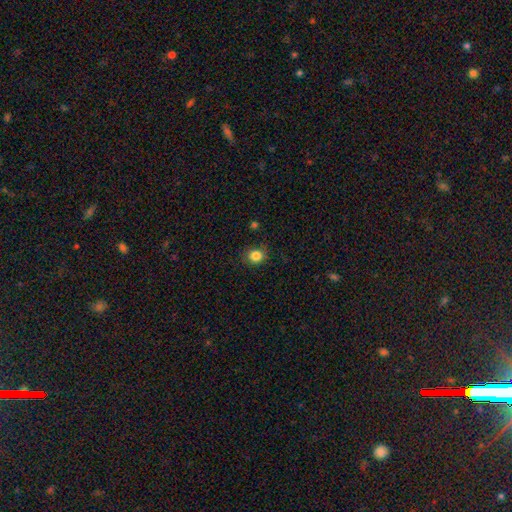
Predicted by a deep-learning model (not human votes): Smooth or featured? smooth (85%)
How rounded? round (78%)
Merging? none (83%)